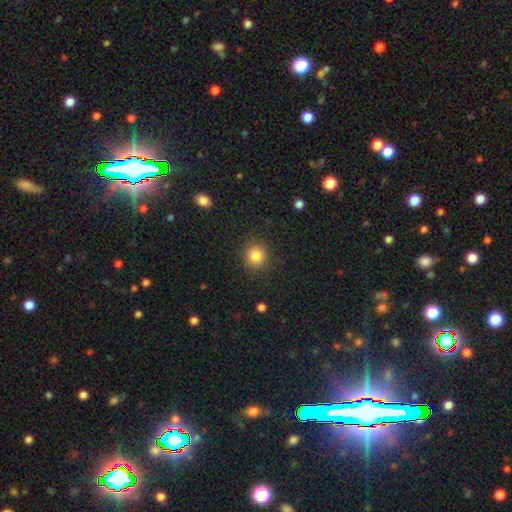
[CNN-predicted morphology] Smooth or featured? smooth (84%)
How rounded? round (91%)
Merging? none (89%)